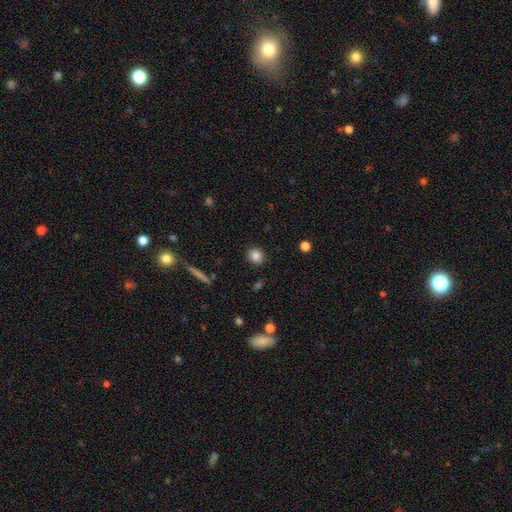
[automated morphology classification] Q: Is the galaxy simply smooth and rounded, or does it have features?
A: smooth — 84%.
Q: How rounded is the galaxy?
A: round — 86%.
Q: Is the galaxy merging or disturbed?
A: none — 90%.